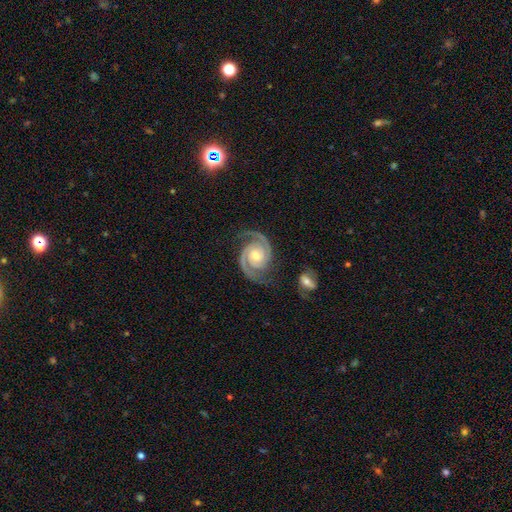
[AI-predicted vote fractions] Morphology: type=featured or disk (94%); edge-on=no (98%); bar=no (72%); spiral arms=yes (99%); winding=tight (55%); arm count=2 (93%); bulge=moderate (61%); merging=none (81%).